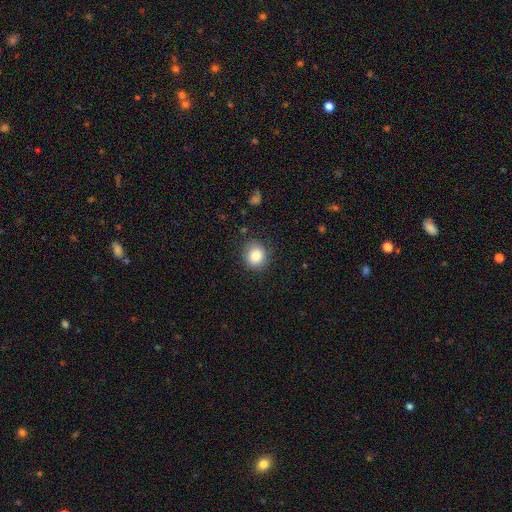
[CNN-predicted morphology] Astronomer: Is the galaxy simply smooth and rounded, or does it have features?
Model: smooth — 85%.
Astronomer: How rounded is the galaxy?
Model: round — 76%.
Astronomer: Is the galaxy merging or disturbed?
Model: none — 85%.